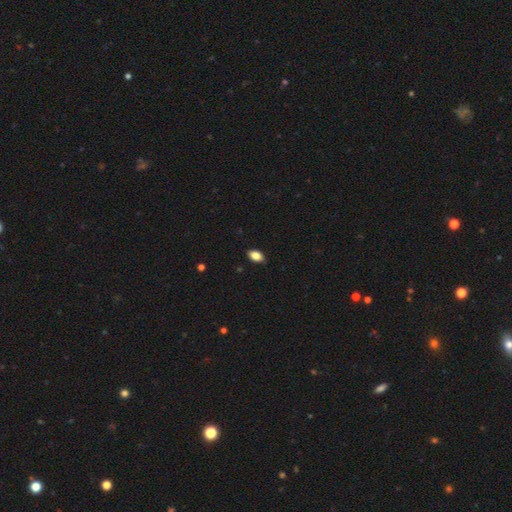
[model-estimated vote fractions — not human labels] Q: Smooth or featured?
A: smooth (85%); runner-up: star or artifact (8%)
Q: How rounded?
A: in between (90%); runner-up: round (7%)
Q: Merging?
A: none (87%); runner-up: minor disturbance (10%)